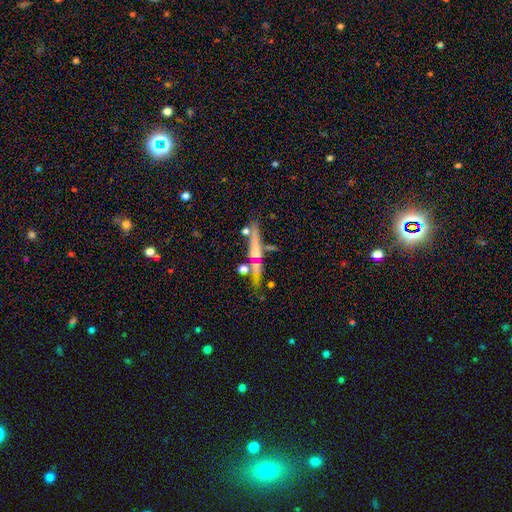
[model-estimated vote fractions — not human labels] This appears to be a featured or disk galaxy (52%) viewed edge-on (87%). Merging: none (68%).